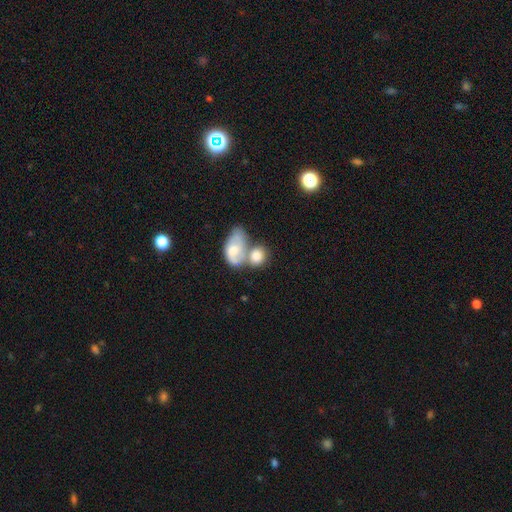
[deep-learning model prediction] Smooth or featured? smooth (70%)
How rounded? in between (54%)
Merging? merger (57%)